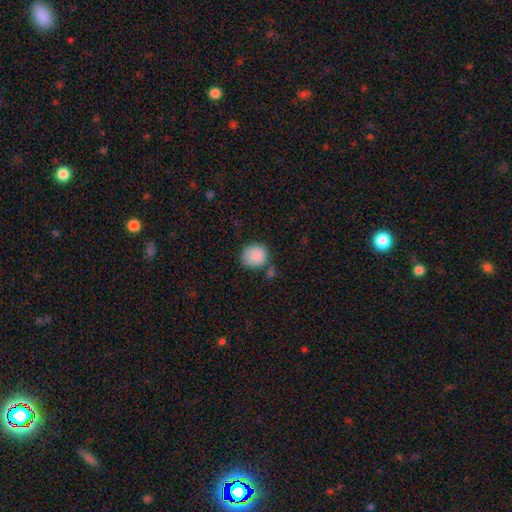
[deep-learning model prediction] A smooth galaxy with no disk features (89%) that is round (83%). Merging: none (69%).